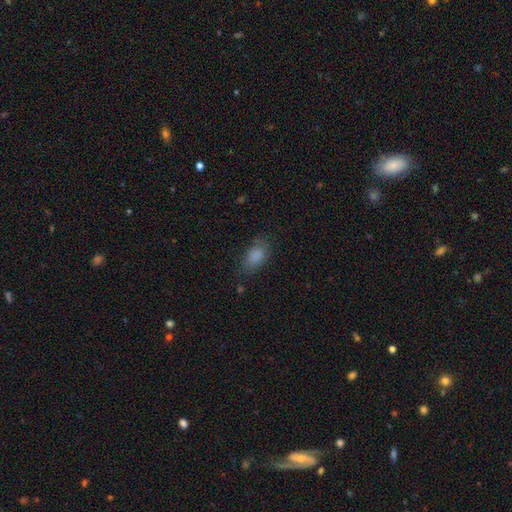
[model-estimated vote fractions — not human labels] Q: Smooth or featured?
A: smooth (85%); runner-up: star or artifact (9%)
Q: How rounded?
A: in between (89%); runner-up: round (7%)
Q: Merging?
A: none (73%); runner-up: minor disturbance (19%)